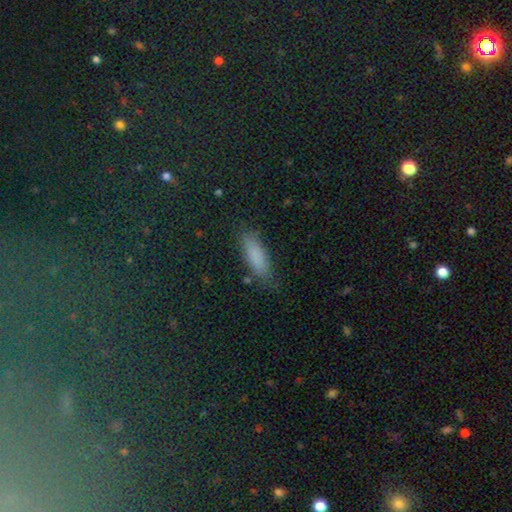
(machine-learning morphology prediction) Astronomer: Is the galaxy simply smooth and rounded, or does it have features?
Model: smooth — 82%.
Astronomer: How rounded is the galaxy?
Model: in between — 60% (runner-up: cigar-shaped, 38%).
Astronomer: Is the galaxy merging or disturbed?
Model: none — 76%.